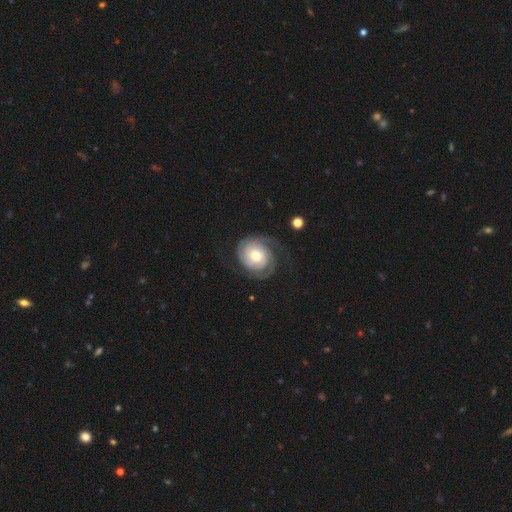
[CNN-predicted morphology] Q: Smooth or featured?
A: featured or disk (80%); runner-up: smooth (14%)
Q: Edge-on disk?
A: no (98%); runner-up: yes (2%)
Q: Bar?
A: no (75%); runner-up: weak (21%)
Q: Spiral arms?
A: yes (95%); runner-up: no (5%)
Q: Spiral winding?
A: tight (67%); runner-up: medium (24%)
Q: Spiral arm count?
A: 2 (52%); runner-up: can't tell (18%)
Q: Bulge size?
A: moderate (68%); runner-up: small (17%)
Q: Merging?
A: none (67%); runner-up: minor disturbance (18%)